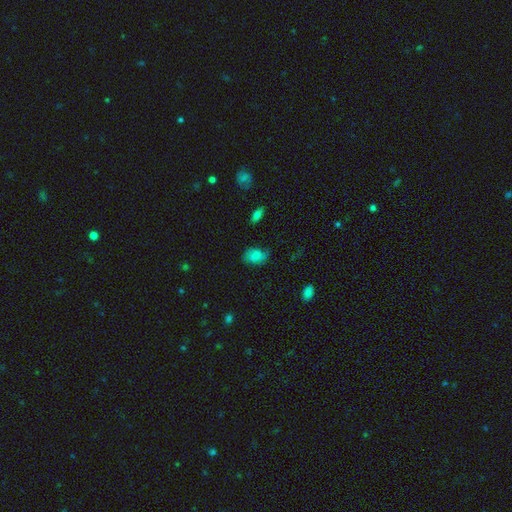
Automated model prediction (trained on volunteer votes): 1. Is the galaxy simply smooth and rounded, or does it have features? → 75% smooth, 15% featured or disk, 10% star or artifact.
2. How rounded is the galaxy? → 82% in between, 16% round, 1% cigar-shaped.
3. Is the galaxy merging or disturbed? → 62% none, 28% minor disturbance, 8% major disturbance, 2% merger.